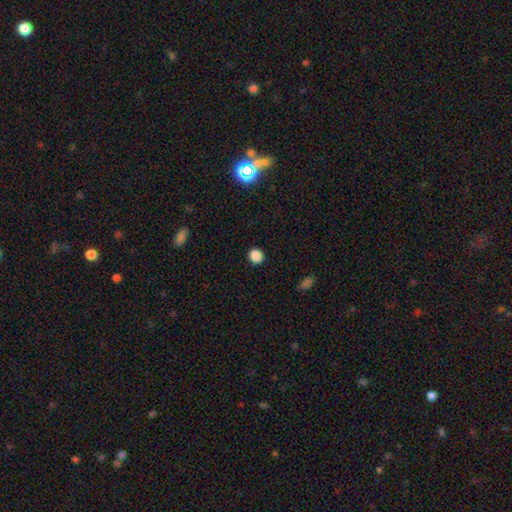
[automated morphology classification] Q: Smooth or featured?
A: smooth (87%); runner-up: star or artifact (11%)
Q: How rounded?
A: round (81%); runner-up: in between (18%)
Q: Merging?
A: none (91%); runner-up: minor disturbance (6%)